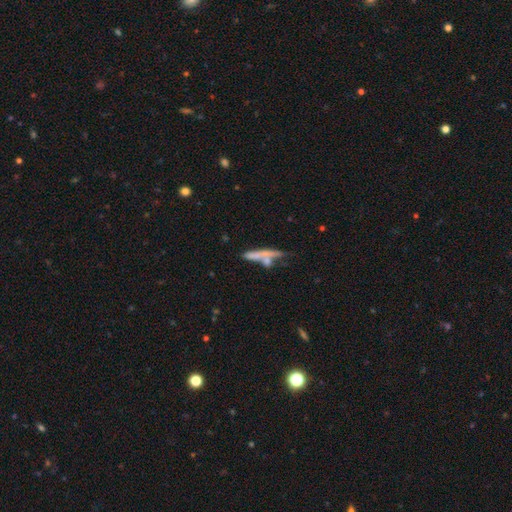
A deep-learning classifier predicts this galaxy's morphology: smooth 52%, featured or disk 38%, star or artifact 10%. Down the decision tree: how rounded — cigar-shaped (74%); merging — merger (42%).